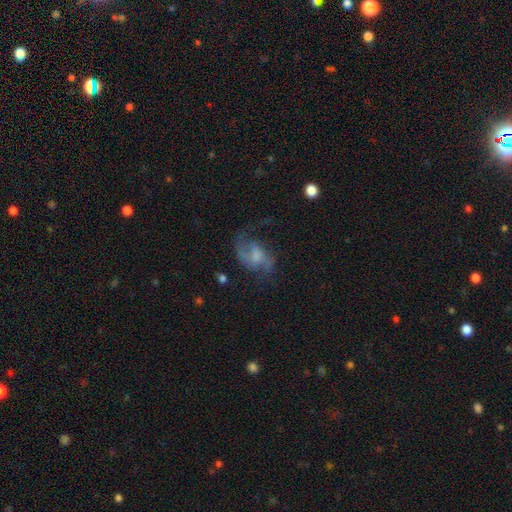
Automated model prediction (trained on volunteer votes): Morphology: type=featured or disk (69%); edge-on=no (97%); bar=weak (46%); spiral arms=yes (87%); winding=loose (50%); arm count=2 (72%); bulge=moderate (34%); merging=none (47%).